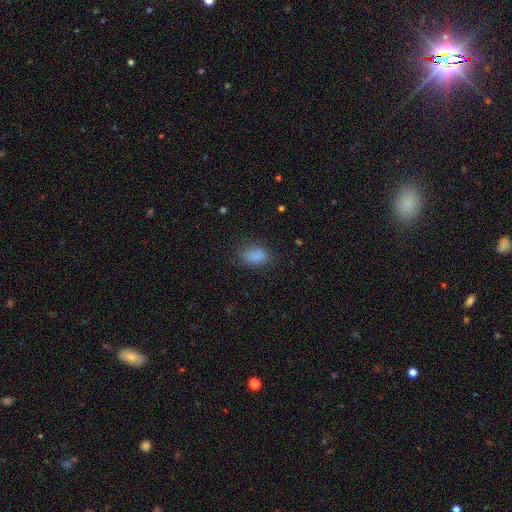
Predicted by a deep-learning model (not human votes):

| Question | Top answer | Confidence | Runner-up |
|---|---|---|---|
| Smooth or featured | smooth | 86% | star or artifact (9%) |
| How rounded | in between | 84% | round (15%) |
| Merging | none | 79% | minor disturbance (15%) |